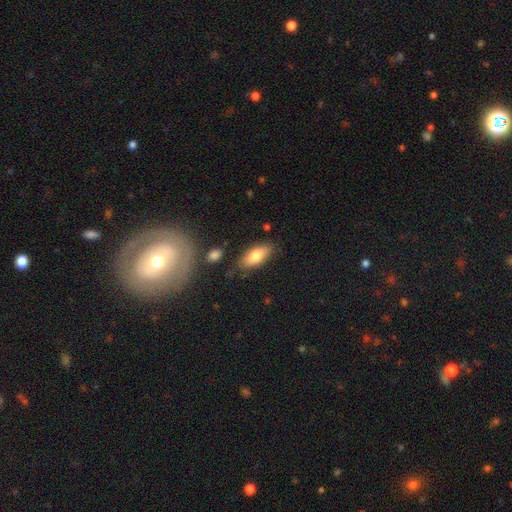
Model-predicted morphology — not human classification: Smooth or featured? Predicted: smooth (p=0.77). How rounded? Predicted: in between (p=0.82). Merging? Predicted: none (p=0.80).